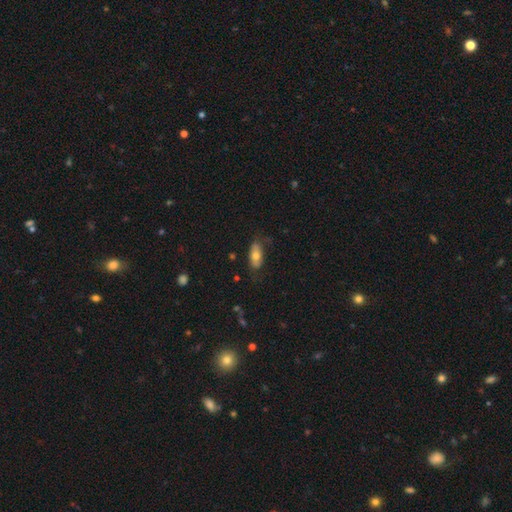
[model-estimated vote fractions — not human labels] This appears to be a smooth galaxy with no disk features (69%) that is in between round and cigar-shaped (85%). Merging: none (71%).